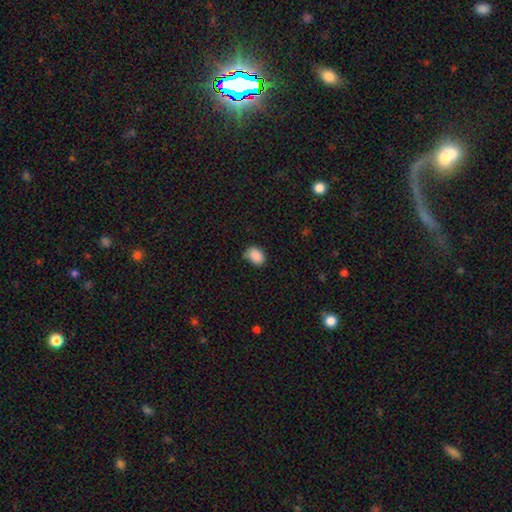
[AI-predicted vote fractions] Smooth or featured? Predicted: smooth (p=0.88). How rounded? Predicted: in between (p=0.76). Merging? Predicted: none (p=0.69).